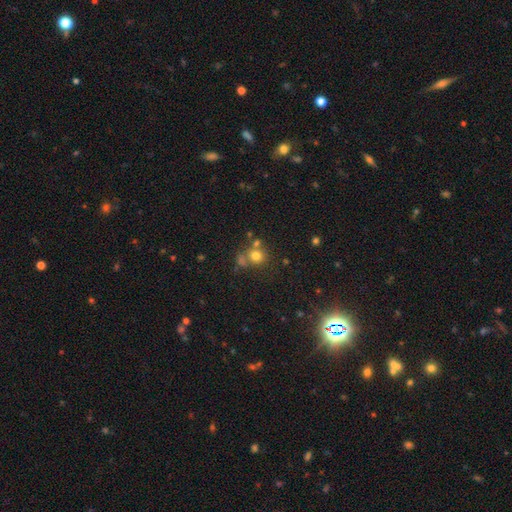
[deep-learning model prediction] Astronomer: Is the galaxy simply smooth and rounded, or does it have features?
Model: smooth — 72%.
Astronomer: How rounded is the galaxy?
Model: round — 84%.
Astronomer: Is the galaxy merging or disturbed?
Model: none — 59%.